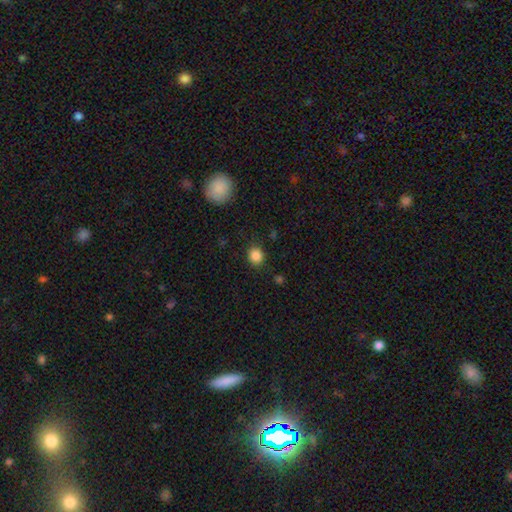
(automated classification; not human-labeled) smooth-or-featured: smooth: 85% | star or artifact: 10% | featured or disk: 4%
  how-rounded: round: 74% | in between: 25% | cigar-shaped: 1%
  merging: none: 86% | minor disturbance: 9% | major disturbance: 3% | merger: 2%